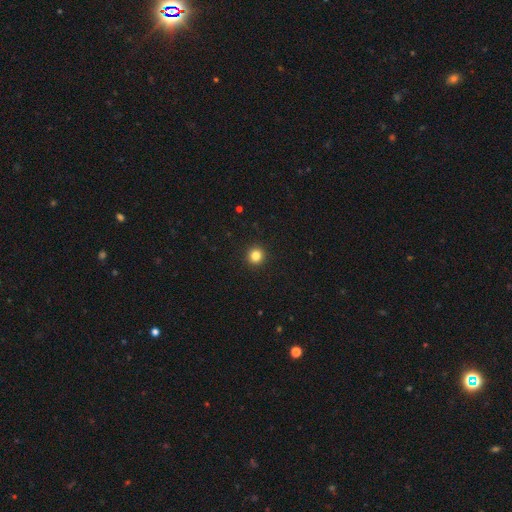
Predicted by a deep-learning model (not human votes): The model was most divided on "smooth or featured": smooth: 83%, star or artifact: 12%, featured or disk: 5%. More confident: how rounded — round (95%); merging — none (94%).